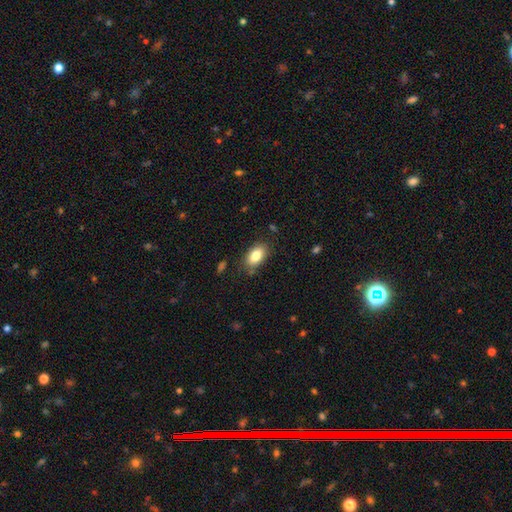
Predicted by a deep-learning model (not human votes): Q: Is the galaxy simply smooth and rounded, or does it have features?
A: smooth — 82%.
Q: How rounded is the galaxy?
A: in between — 91%.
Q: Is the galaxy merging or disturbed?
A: none — 82%.